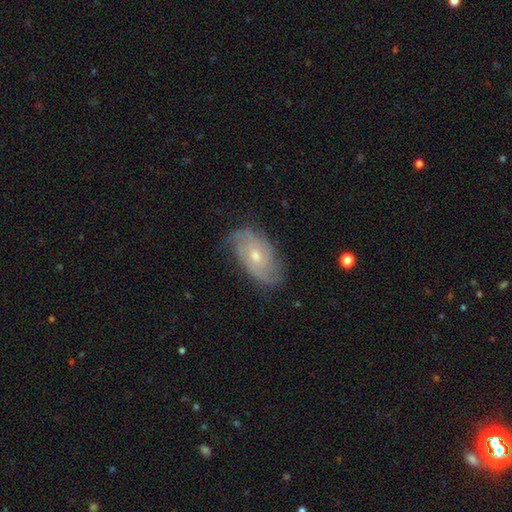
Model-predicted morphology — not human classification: Smooth or featured?
  - featured or disk: 69% *
  - smooth: 24%
  - star or artifact: 7%
Edge-on disk?
  - no: 93% *
  - yes: 7%
Bar?
  - no: 67% *
  - weak: 28%
  - strong: 4%
Spiral arms?
  - yes: 87% *
  - no: 13%
Spiral winding?
  - tight: 49% *
  - medium: 35%
  - loose: 16%
Spiral arm count?
  - can't tell: 39% *
  - 2: 35%
  - 3: 13%
  - 4: 5%
  - 1: 4%
  - more than 4: 3%
Bulge size?
  - moderate: 56% *
  - small: 40%
  - large: 2%
  - none: 1%
  - dominant: 1%
Merging?
  - none: 72% *
  - minor disturbance: 22%
  - major disturbance: 6%
  - merger: 1%